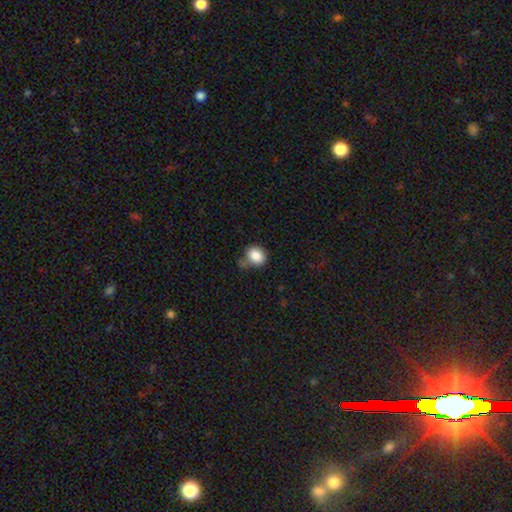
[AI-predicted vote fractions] smooth_or_featured: smooth (p=0.86) [alt: star or artifact p=0.09]
how_rounded: round (p=0.53) [alt: in between p=0.46]
merging: none (p=0.62) [alt: minor disturbance p=0.23]